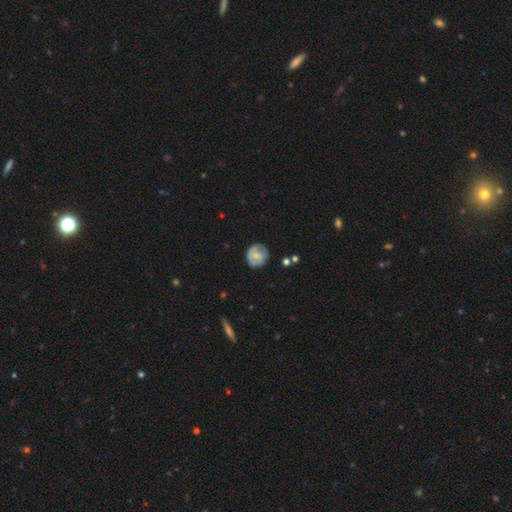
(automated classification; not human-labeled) smooth-or-featured: smooth: 60% | featured or disk: 33% | star or artifact: 7%
  how-rounded: round: 87% | in between: 12% | cigar-shaped: 1%
  merging: none: 75% | minor disturbance: 18% | major disturbance: 5% | merger: 2%